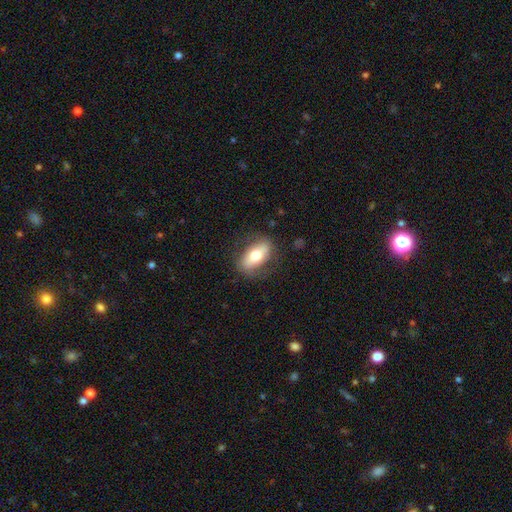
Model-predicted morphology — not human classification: A smooth galaxy with no disk features (63%) that is in between round and cigar-shaped (84%). Merging: none (79%).